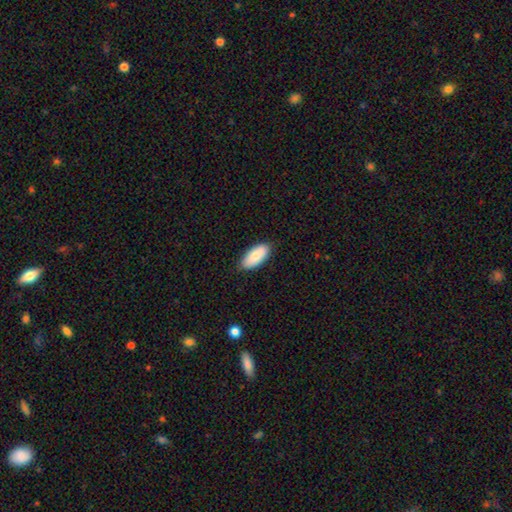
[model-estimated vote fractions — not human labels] smooth 80%, featured or disk 14%, star or artifact 6%. Down the decision tree: how rounded — in between (92%); merging — none (85%).